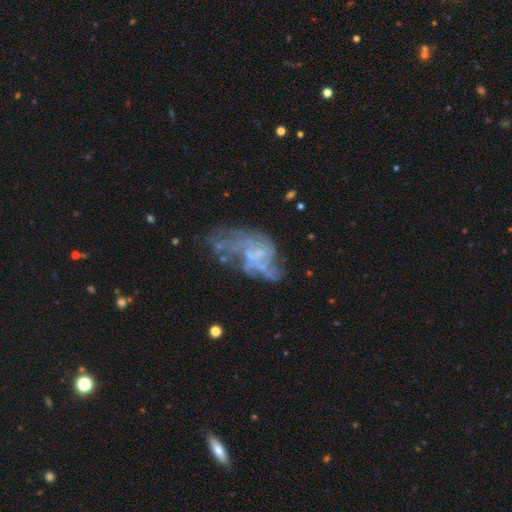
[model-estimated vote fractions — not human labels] The model was most divided on "merging": major disturbance: 37%, none: 36%, minor disturbance: 21%, merger: 7%. More confident: edge-on disk — no (97%); smooth or featured — featured or disk (73%); bar — no (65%); spiral arms — yes (59%); bulge size — none (51%).